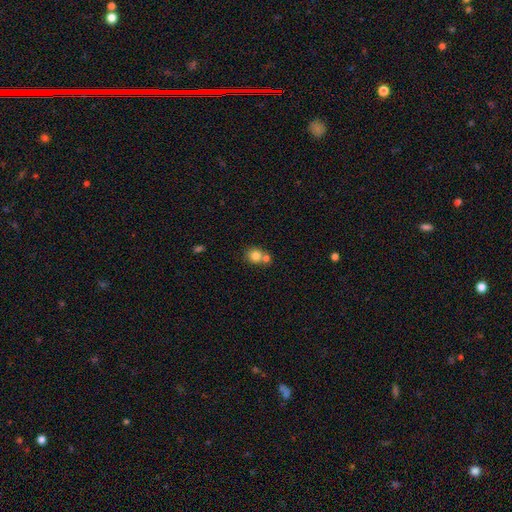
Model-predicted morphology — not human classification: Smooth or featured? smooth (81%)
How rounded? round (80%)
Merging? none (47%)